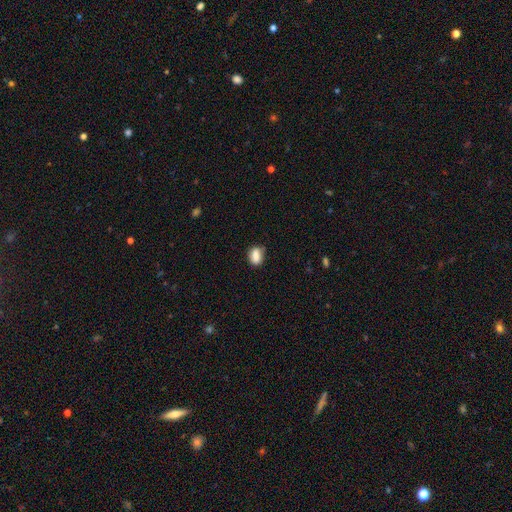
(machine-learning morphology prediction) smooth 84%, star or artifact 8%, featured or disk 7%. Down the decision tree: how rounded — in between (74%); merging — none (66%).